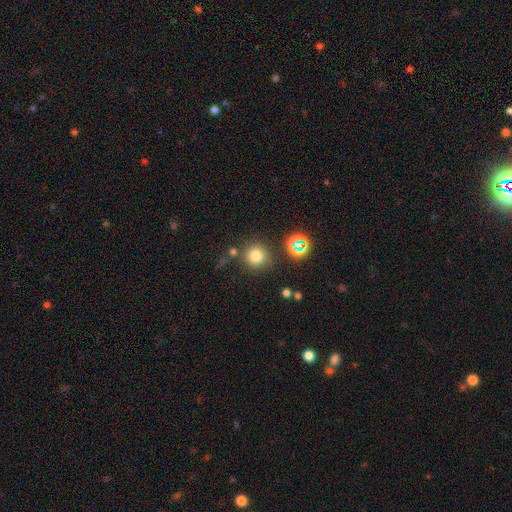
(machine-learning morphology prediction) A smooth galaxy with no disk features (74%) that is round (94%). Merging: none (80%).